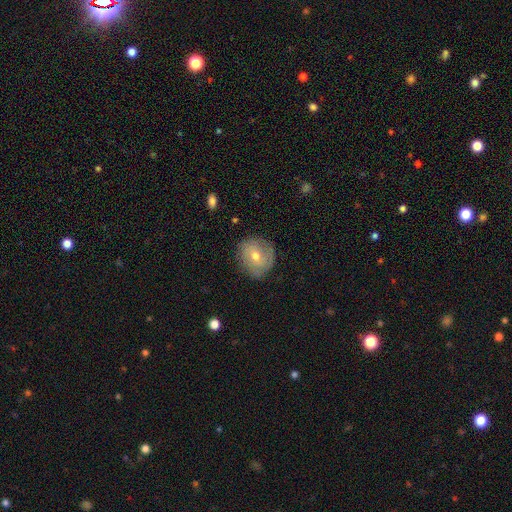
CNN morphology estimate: The model was most divided on "smooth or featured": featured or disk: 49%, smooth: 42%, star or artifact: 9%. More confident: merging — none (77%).